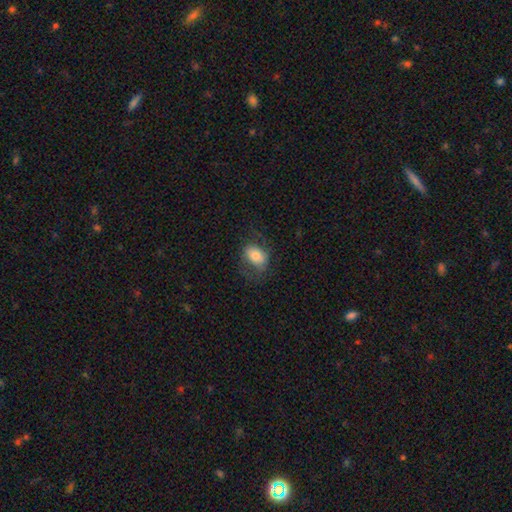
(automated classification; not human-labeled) The model was most divided on "merging": none: 62%, minor disturbance: 22%, major disturbance: 15%, merger: 1%. More confident: how rounded — in between (77%); smooth or featured — smooth (69%).